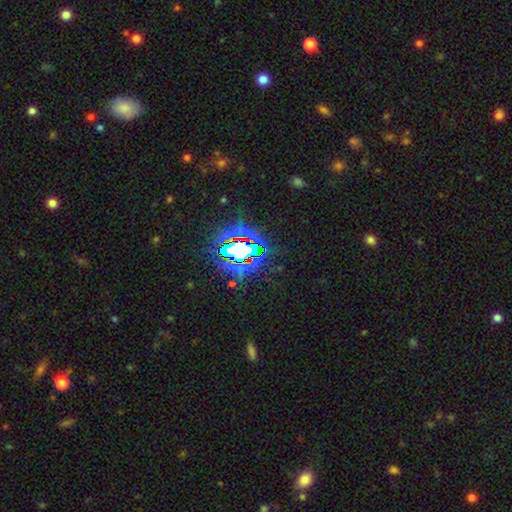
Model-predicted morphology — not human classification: type=star or artifact (81%).